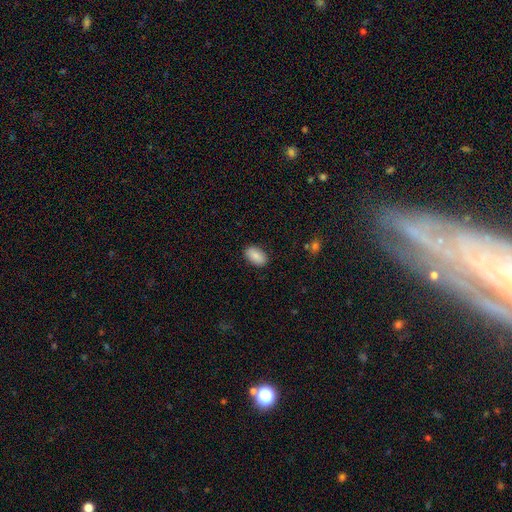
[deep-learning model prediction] Morphology: type=smooth (88%); roundness=in between (93%); merging=none (89%).